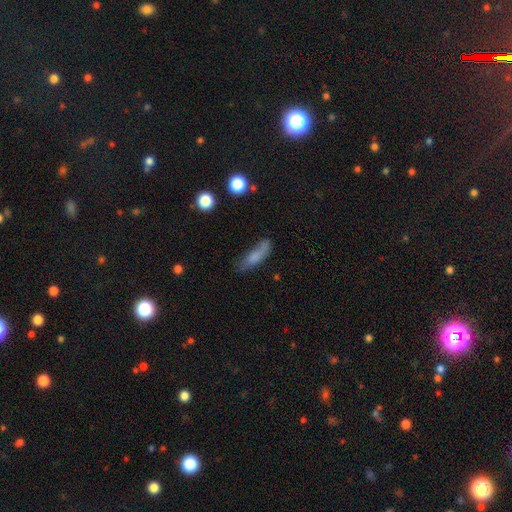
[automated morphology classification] smooth-or-featured: smooth: 72% | featured or disk: 19% | star or artifact: 8%
  how-rounded: cigar-shaped: 57% | in between: 40% | round: 3%
  merging: none: 56% | minor disturbance: 28% | major disturbance: 11% | merger: 5%